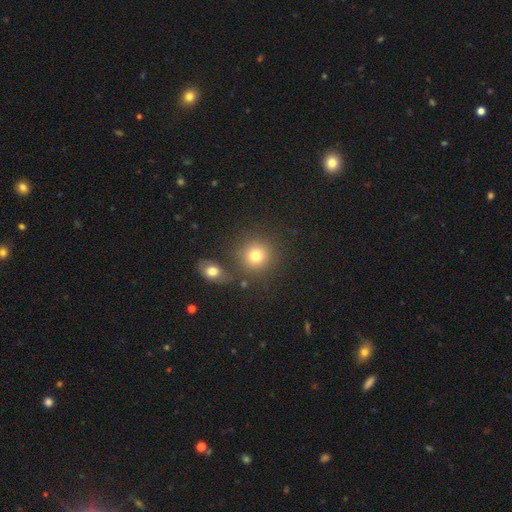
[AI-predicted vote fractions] smooth 78%, star or artifact 13%, featured or disk 9%. Down the decision tree: how rounded — round (89%); merging — none (74%).